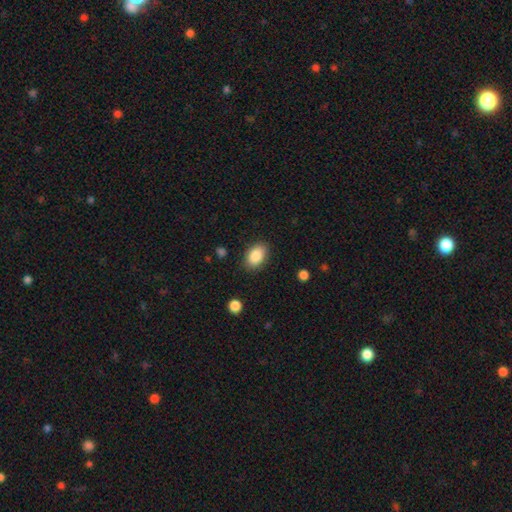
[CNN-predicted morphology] Smooth or featured: smooth — 87% (star or artifact — 7%)
How rounded: in between — 87% (round — 11%)
Merging: none — 86% (minor disturbance — 10%)